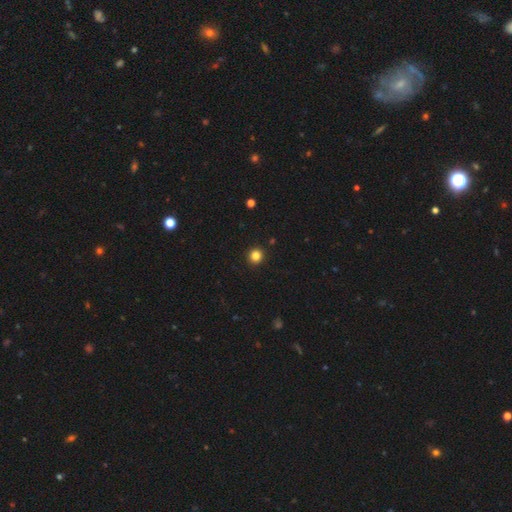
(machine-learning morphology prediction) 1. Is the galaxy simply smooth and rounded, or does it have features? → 83% smooth, 12% star or artifact, 4% featured or disk.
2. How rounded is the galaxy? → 94% round, 5% in between, 1% cigar-shaped.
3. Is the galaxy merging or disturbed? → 93% none, 4% minor disturbance, 1% major disturbance, 1% merger.